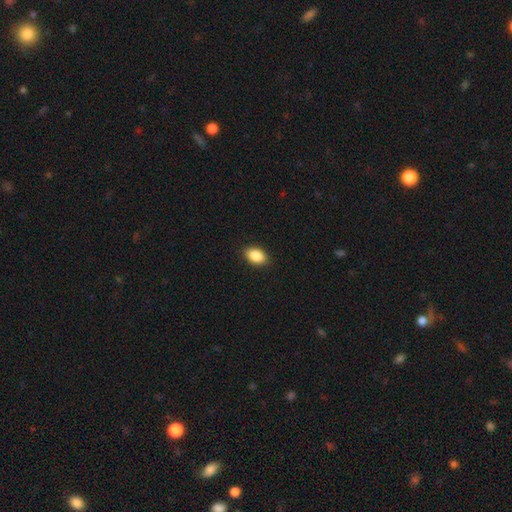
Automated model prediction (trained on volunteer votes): smooth 89%, star or artifact 7%, featured or disk 3%. Down the decision tree: how rounded — in between (89%); merging — none (89%).